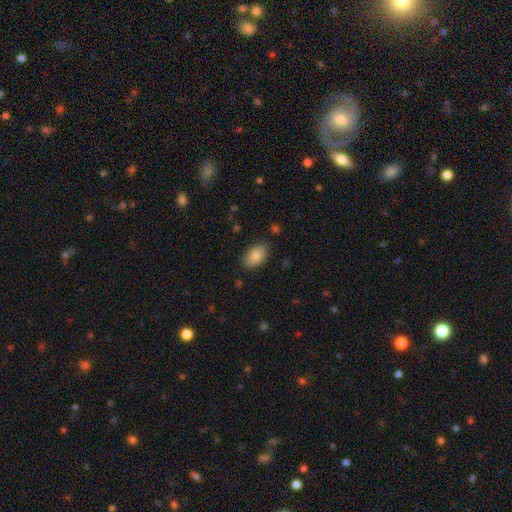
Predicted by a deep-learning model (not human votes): This appears to be a smooth galaxy with no disk features (84%) that is in between round and cigar-shaped (91%). Merging: none (84%).